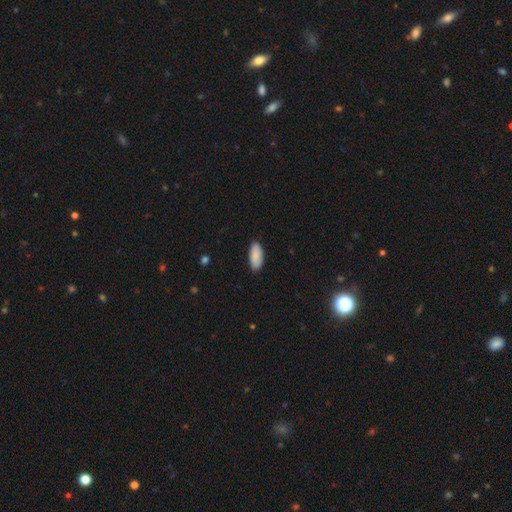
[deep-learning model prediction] smooth-or-featured: smooth: 89% | star or artifact: 6% | featured or disk: 5%
  how-rounded: in between: 89% | cigar-shaped: 9% | round: 2%
  merging: none: 87% | minor disturbance: 10% | major disturbance: 2% | merger: 1%